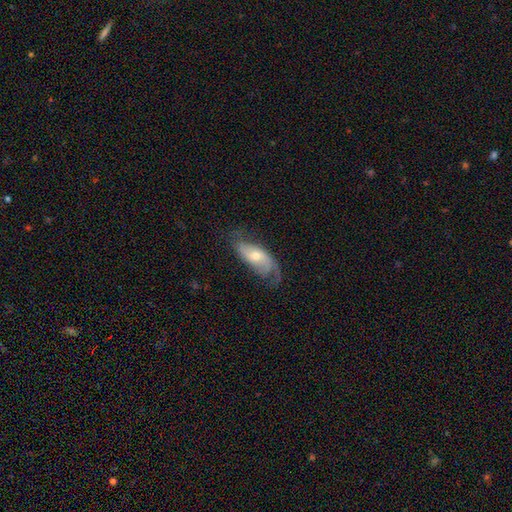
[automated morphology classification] The model was most divided on "bulge size": small: 48%, moderate: 47%, large: 3%, none: 1%, dominant: 1%. Remaining: edge-on disk — no (90%); spiral arms — yes (89%); smooth or featured — featured or disk (70%); spiral arm count — 2 (70%); bar — no (64%); merging — none (57%); spiral winding — loose (47%).